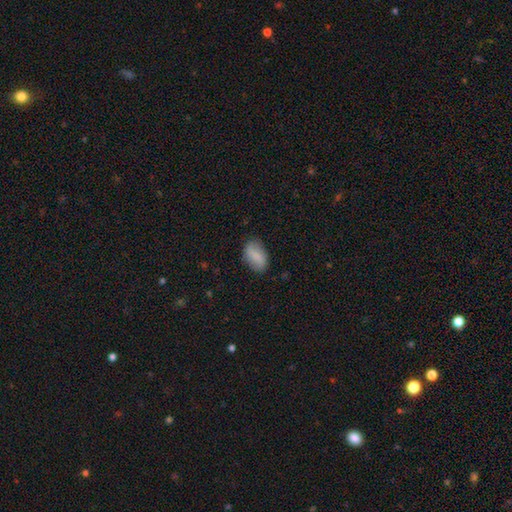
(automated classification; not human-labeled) Overall: smooth (75%). How rounded: in between (90%). Merging: none (79%).